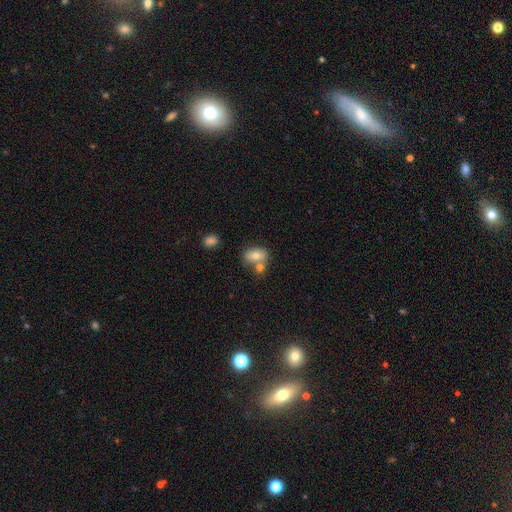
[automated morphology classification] smooth 72%, featured or disk 19%, star or artifact 9%. Down the decision tree: how rounded — in between (77%); merging — none (46%).